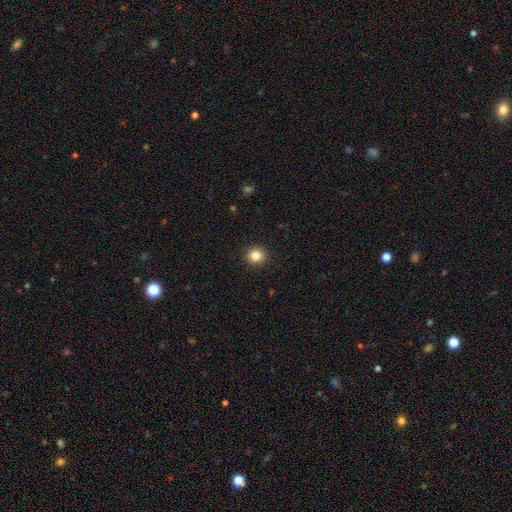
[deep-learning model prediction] A smooth galaxy with no disk features (84%) that is round (91%).

Vote fractions:
- Smooth or featured? smooth: 84% / star or artifact: 11% / featured or disk: 5%
- How rounded? round: 91% / in between: 8% / cigar-shaped: 1%
- Merging? none: 93% / minor disturbance: 5% / major disturbance: 2% / merger: 1%